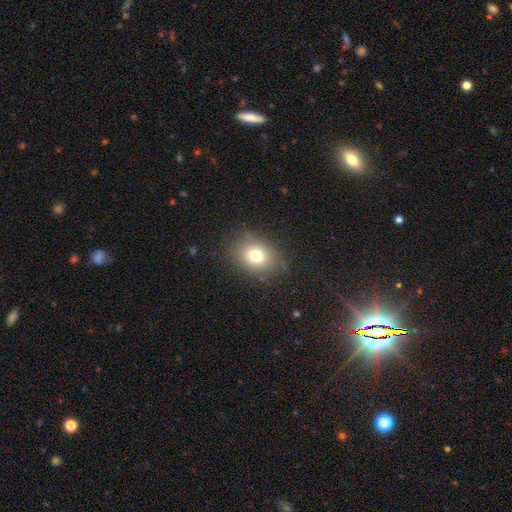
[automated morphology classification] Q: Smooth or featured?
A: smooth (75%); runner-up: star or artifact (13%)
Q: How rounded?
A: in between (51%); runner-up: round (48%)
Q: Merging?
A: none (81%); runner-up: minor disturbance (13%)